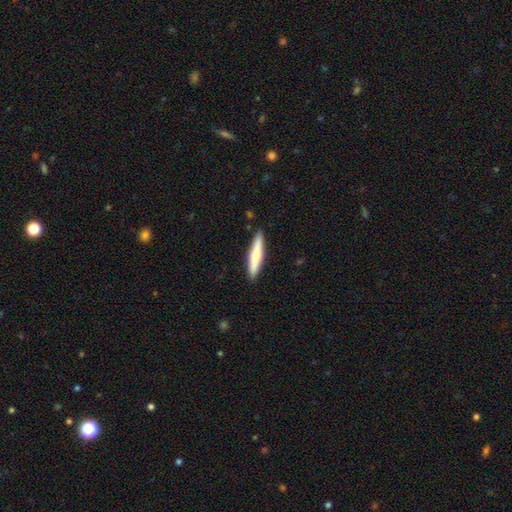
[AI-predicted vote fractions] smooth_or_featured: smooth (p=0.66) [alt: featured or disk p=0.29]
how_rounded: cigar-shaped (p=0.88) [alt: in between p=0.11]
merging: none (p=0.89) [alt: minor disturbance p=0.09]